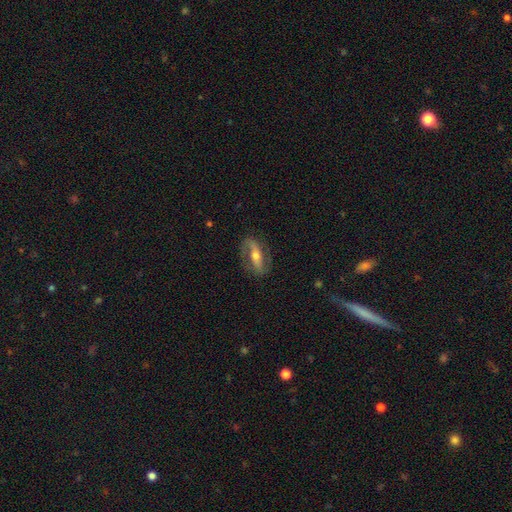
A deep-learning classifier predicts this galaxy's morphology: Smooth or featured? Predicted: featured or disk (p=0.72). Edge-on disk? Predicted: no (p=0.83). Bar? Predicted: strong (p=0.54). Spiral arms? Predicted: yes (p=0.81). Bulge size? Predicted: moderate (p=0.62). Merging? Predicted: none (p=0.77).